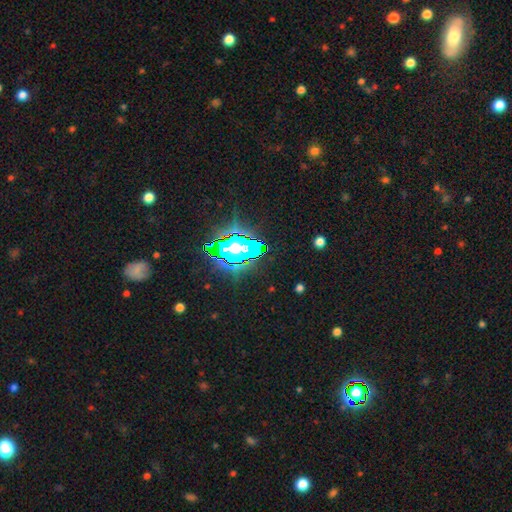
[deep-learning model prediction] This appears to be a star or artifact, not a galaxy (75%).